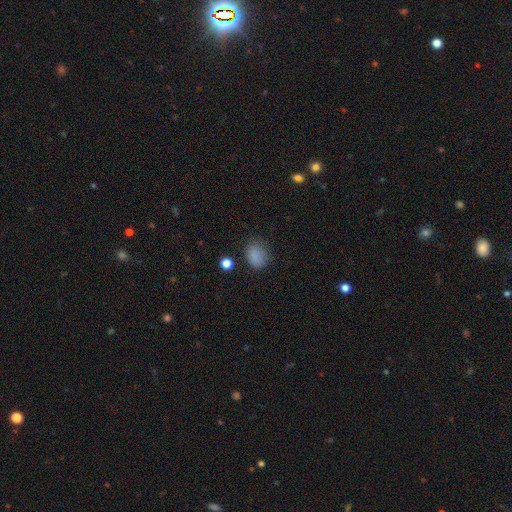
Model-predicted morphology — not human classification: smooth 83%, star or artifact 12%, featured or disk 5%. Down the decision tree: how rounded — in between (52%); merging — none (73%).